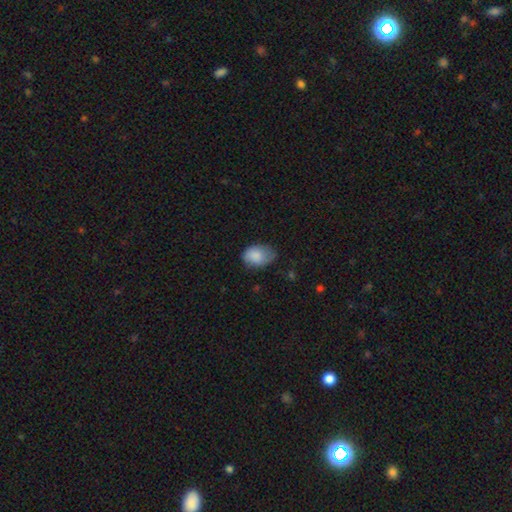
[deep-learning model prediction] smooth-or-featured: smooth: 84% | featured or disk: 9% | star or artifact: 7%
  how-rounded: in between: 80% | round: 19% | cigar-shaped: 1%
  merging: none: 57% | minor disturbance: 34% | major disturbance: 7% | merger: 1%